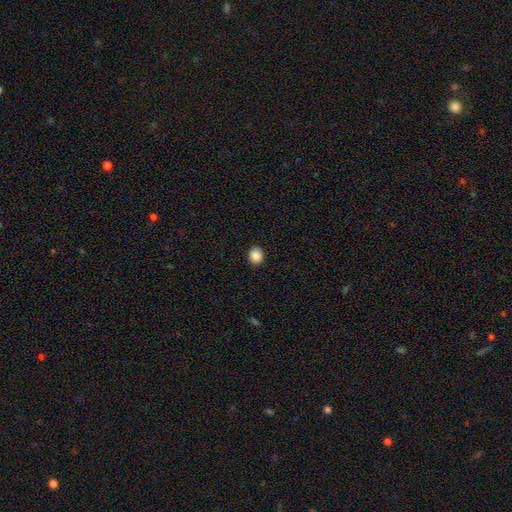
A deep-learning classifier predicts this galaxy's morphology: This is clearly a smooth galaxy (88%). How rounded: likely round (74%). Merging: clearly none (92%).